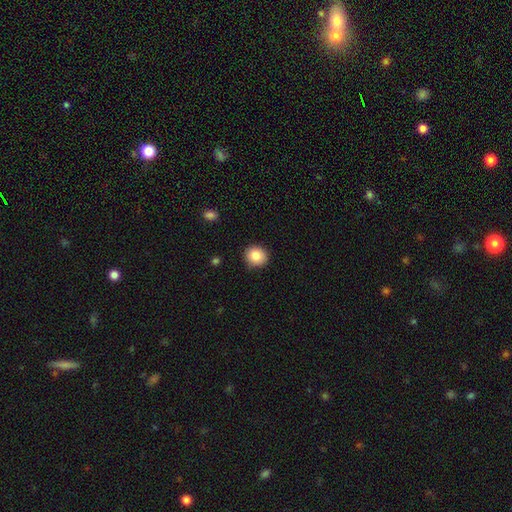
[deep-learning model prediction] smooth_or_featured: smooth (p=0.84) [alt: star or artifact p=0.09]
how_rounded: round (p=0.86) [alt: in between p=0.13]
merging: none (p=0.88) [alt: minor disturbance p=0.09]